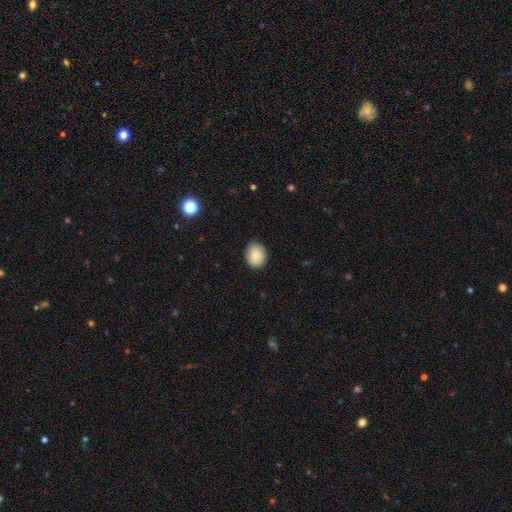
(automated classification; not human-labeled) This is clearly a smooth galaxy (85%). How rounded: possibly round (53%). Merging: clearly none (83%).